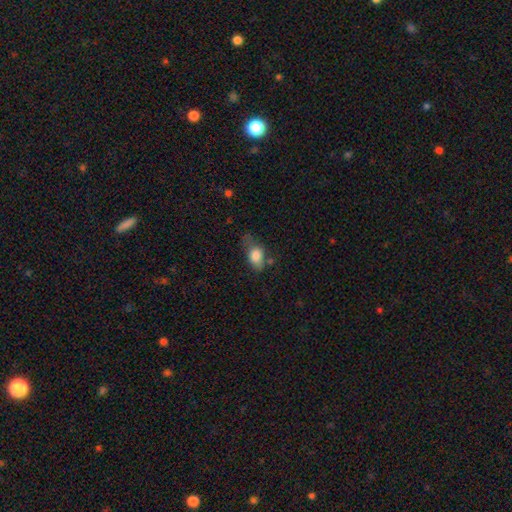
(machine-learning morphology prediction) smooth 79%, featured or disk 13%, star or artifact 8%. Down the decision tree: how rounded — in between (75%); merging — none (40%).